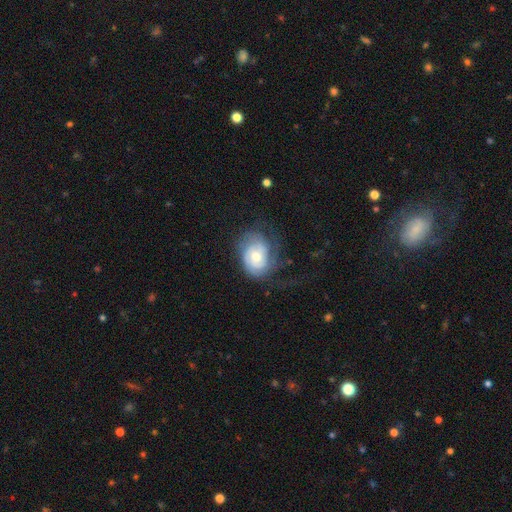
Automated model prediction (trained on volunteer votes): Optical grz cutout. It shows a featured or disk galaxy (70%) with no bar (68%), tight (58%) spiral arms (89%) and a moderate central bulge (60%). Merging: none (55%).